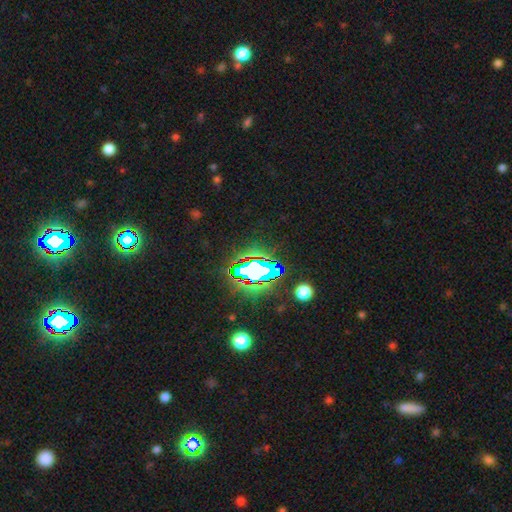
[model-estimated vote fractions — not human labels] star or artifact 81%, smooth 11%, featured or disk 8%.